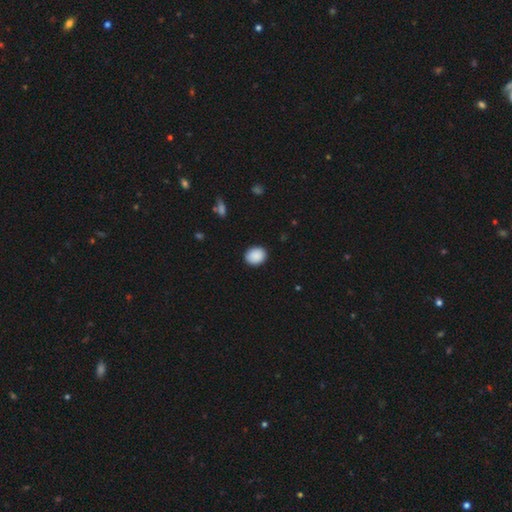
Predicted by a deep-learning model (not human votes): Morphology: type=smooth (90%); roundness=round (56%); merging=none (90%).